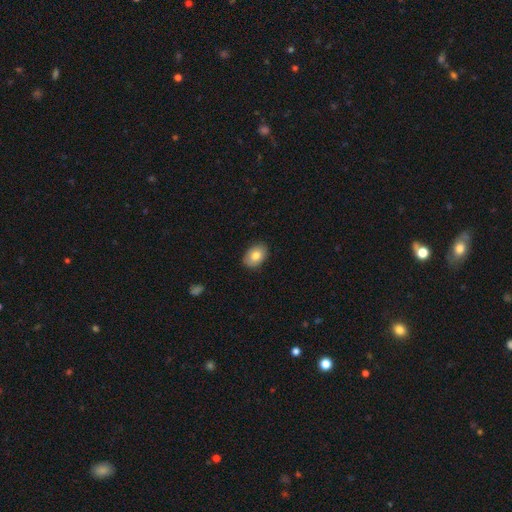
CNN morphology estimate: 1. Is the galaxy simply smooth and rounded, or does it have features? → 80% smooth, 13% featured or disk, 7% star or artifact.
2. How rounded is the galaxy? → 83% in between, 16% round, 1% cigar-shaped.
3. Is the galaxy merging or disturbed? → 87% none, 10% minor disturbance, 2% major disturbance, 1% merger.